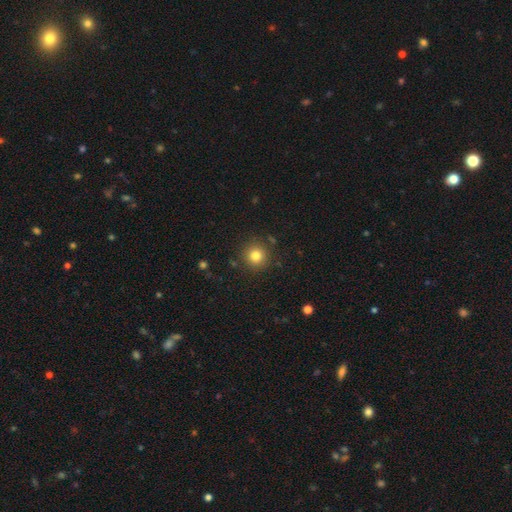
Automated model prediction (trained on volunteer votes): Smooth or featured? Predicted: smooth (p=0.81). How rounded? Predicted: round (p=0.94). Merging? Predicted: none (p=0.88).